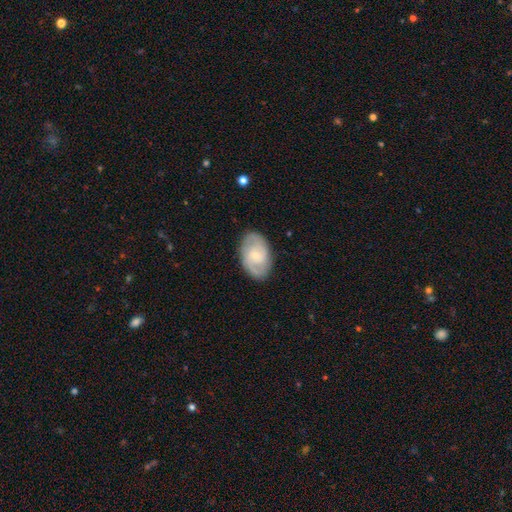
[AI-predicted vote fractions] Smooth or featured? featured or disk (70%)
Edge-on disk? no (96%)
Bar? weak (47%)
Spiral arms? yes (90%)
Spiral winding? medium (48%)
Spiral arm count? 2 (78%)
Bulge size? small (66%)
Merging? none (83%)